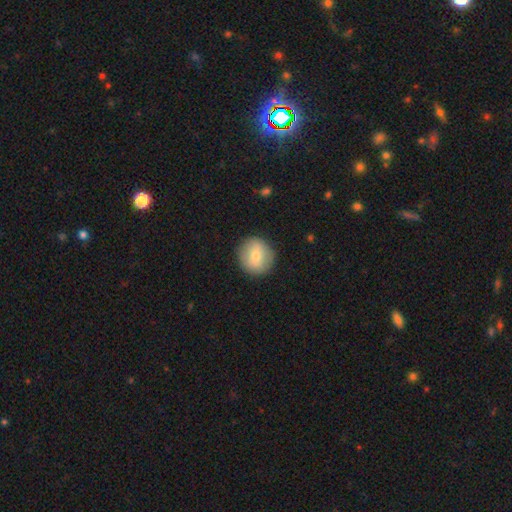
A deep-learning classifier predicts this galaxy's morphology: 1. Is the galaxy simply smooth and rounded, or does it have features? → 73% smooth, 20% featured or disk, 7% star or artifact.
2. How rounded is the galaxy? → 91% round, 8% in between, 1% cigar-shaped.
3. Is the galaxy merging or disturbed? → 89% none, 8% minor disturbance, 2% major disturbance, 1% merger.